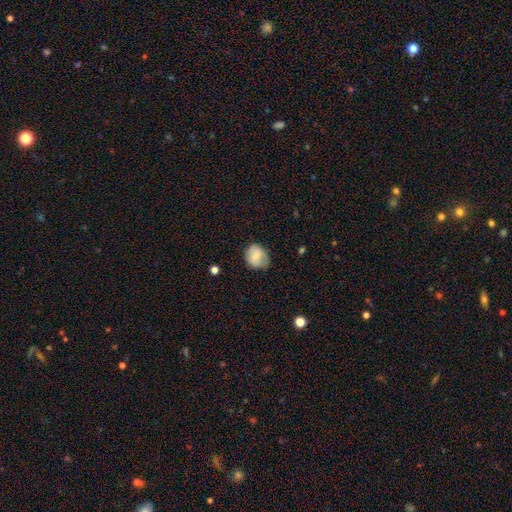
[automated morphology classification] Smooth or featured?
  - smooth: 76% *
  - featured or disk: 16%
  - star or artifact: 8%
How rounded?
  - round: 53% *
  - in between: 46%
  - cigar-shaped: 1%
Merging?
  - none: 60% *
  - minor disturbance: 31%
  - major disturbance: 7%
  - merger: 1%